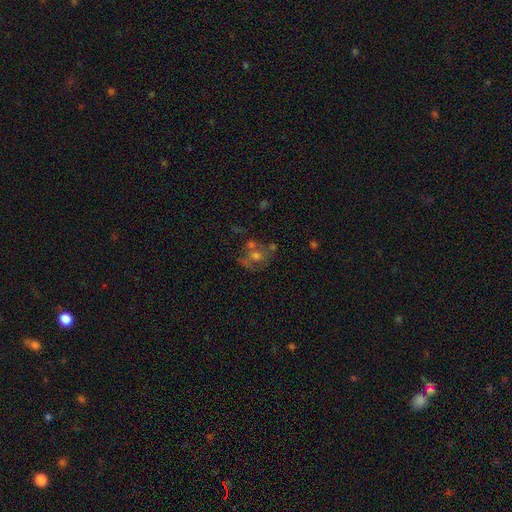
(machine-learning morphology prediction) Smooth or featured: featured or disk — 44% (smooth — 35%)
Merging: none — 48% (merger — 22%)